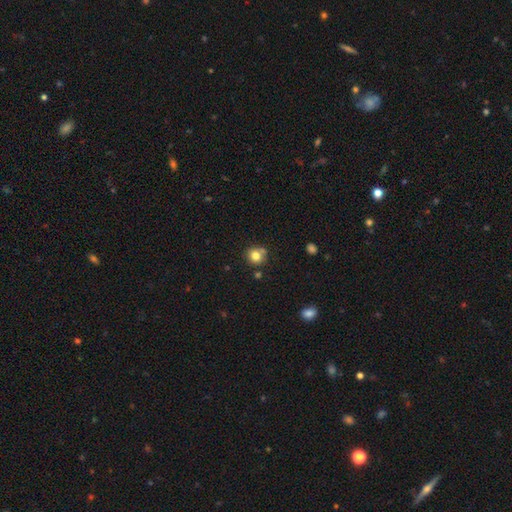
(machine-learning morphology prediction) Smooth or featured? smooth (80%)
How rounded? round (87%)
Merging? none (69%)